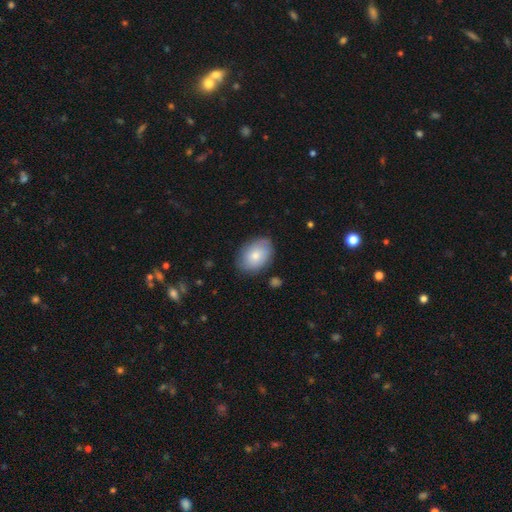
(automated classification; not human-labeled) Smooth or featured: smooth — 77% (featured or disk — 16%)
How rounded: in between — 80% (round — 19%)
Merging: none — 81% (minor disturbance — 14%)